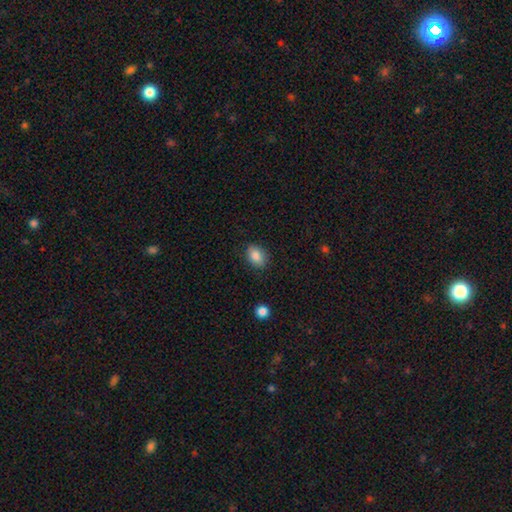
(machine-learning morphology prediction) type=smooth (86%); roundness=in between (80%); merging=none (85%).